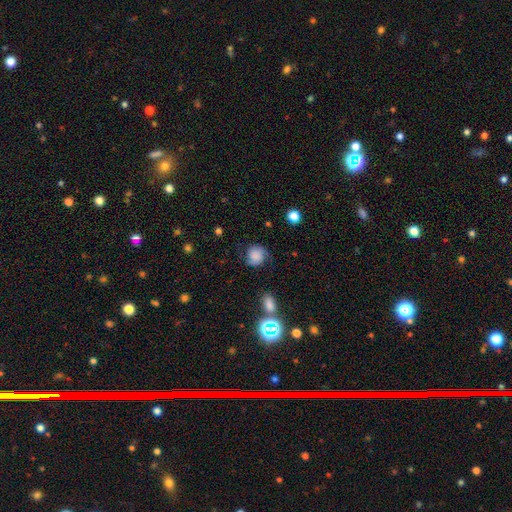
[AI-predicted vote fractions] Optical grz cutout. It shows a smooth galaxy with no disk features (54%) that is round (79%). Merging: none (64%).